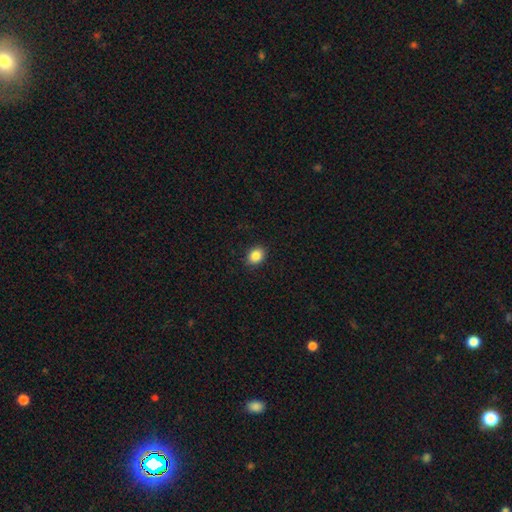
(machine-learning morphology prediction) smooth-or-featured: smooth: 86% | star or artifact: 9% | featured or disk: 5%
  how-rounded: in between: 50% | round: 49% | cigar-shaped: 1%
  merging: none: 90% | minor disturbance: 7% | major disturbance: 2% | merger: 1%